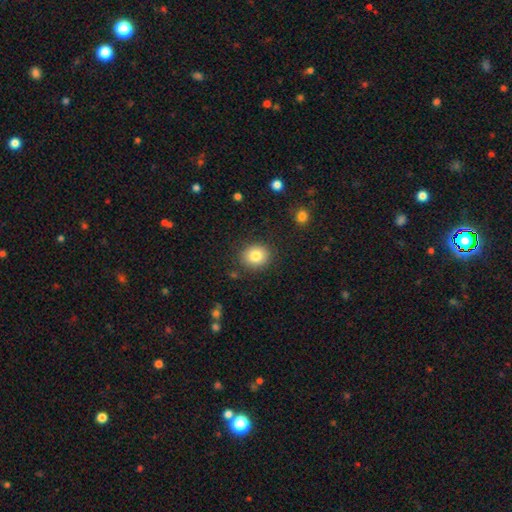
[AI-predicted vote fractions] A smooth galaxy with no disk features (82%) that is round (68%). Merging: none (86%).